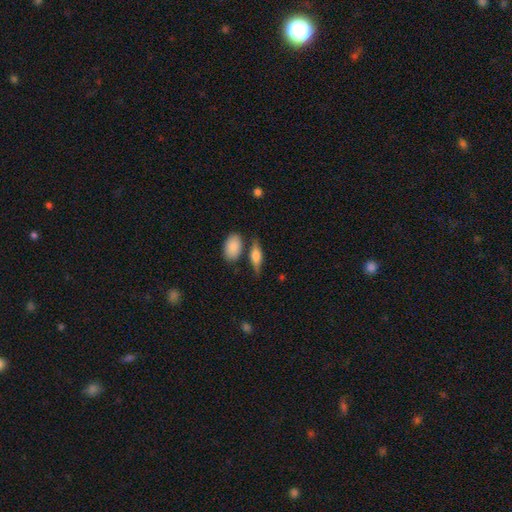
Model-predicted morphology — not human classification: Q: Smooth or featured?
A: smooth (53%); runner-up: featured or disk (40%)
Q: How rounded?
A: in between (58%); runner-up: cigar-shaped (35%)
Q: Merging?
A: none (71%); runner-up: minor disturbance (15%)